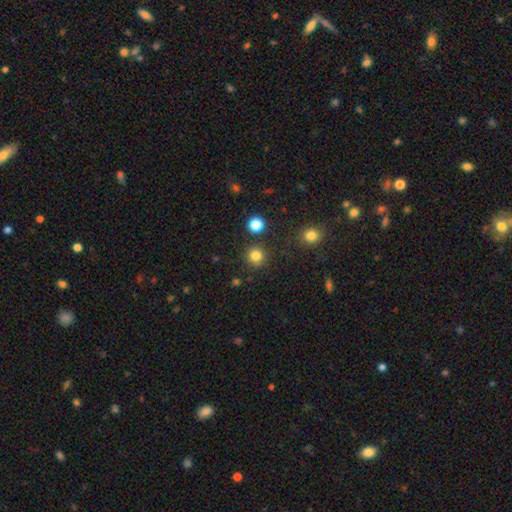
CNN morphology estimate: Smooth or featured?
  - smooth: 82% *
  - star or artifact: 13%
  - featured or disk: 4%
How rounded?
  - round: 93% *
  - in between: 6%
  - cigar-shaped: 1%
Merging?
  - none: 87% *
  - minor disturbance: 7%
  - merger: 4%
  - major disturbance: 3%